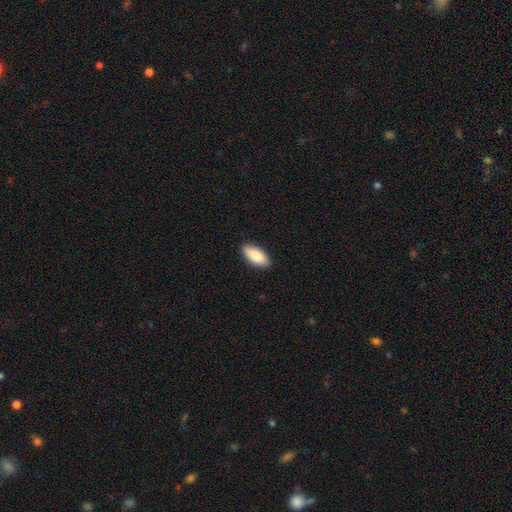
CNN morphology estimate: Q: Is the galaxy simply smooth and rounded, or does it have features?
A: smooth — 88%.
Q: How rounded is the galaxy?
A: in between — 90%.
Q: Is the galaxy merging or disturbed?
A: none — 88%.